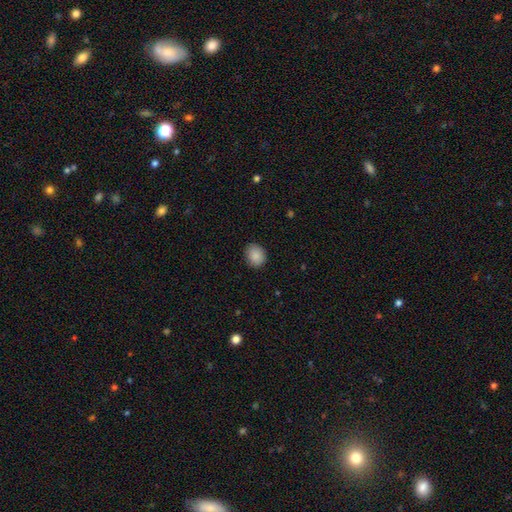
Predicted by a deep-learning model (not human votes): This is clearly a smooth galaxy (88%). How rounded: possibly round (59%). Merging: clearly none (88%).